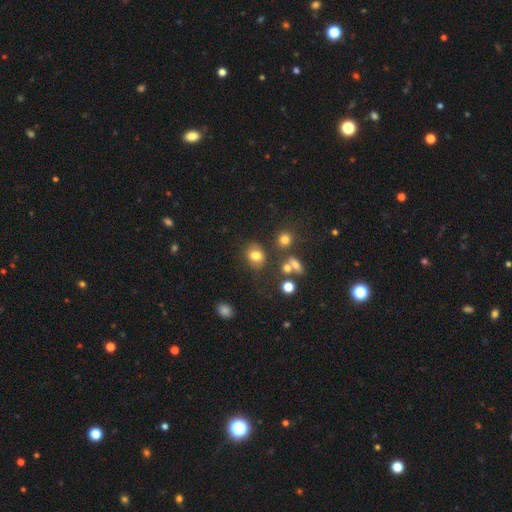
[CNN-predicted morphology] smooth-or-featured: smooth: 77% | star or artifact: 14% | featured or disk: 9%
  how-rounded: round: 55% | in between: 44% | cigar-shaped: 1%
  merging: none: 72% | minor disturbance: 15% | merger: 8% | major disturbance: 5%